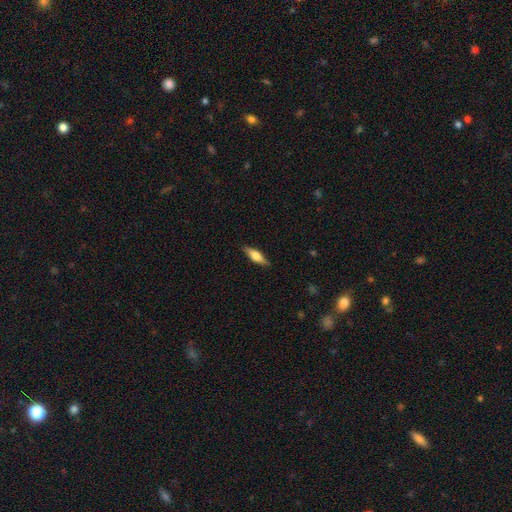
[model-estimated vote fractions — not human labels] The model was most divided on "smooth or featured": smooth: 50%, featured or disk: 44%, star or artifact: 6%. More confident: merging — none (86%).